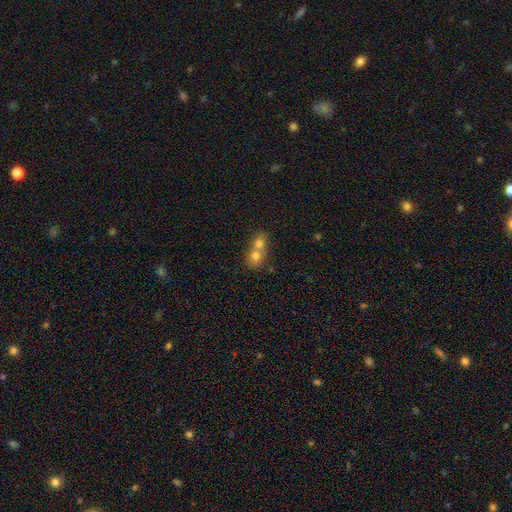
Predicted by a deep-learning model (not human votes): smooth-or-featured: smooth: 72% | featured or disk: 17% | star or artifact: 11%
  how-rounded: round: 70% | in between: 29% | cigar-shaped: 1%
  merging: merger: 72% | none: 22% | minor disturbance: 4% | major disturbance: 2%